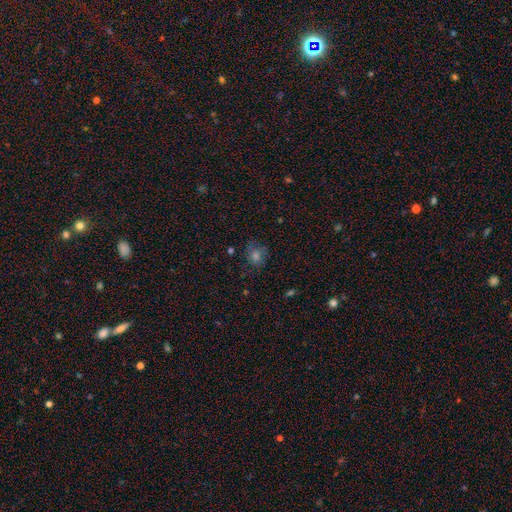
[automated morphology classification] This is possibly a smooth galaxy (58%). How rounded: likely round (75%). Merging: likely none (74%).